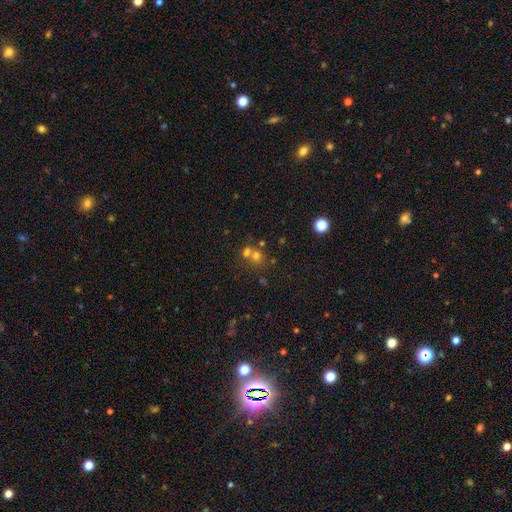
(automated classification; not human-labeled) This appears to be a smooth galaxy with no disk features (62%) that is round (79%). Merging: merger (46%).